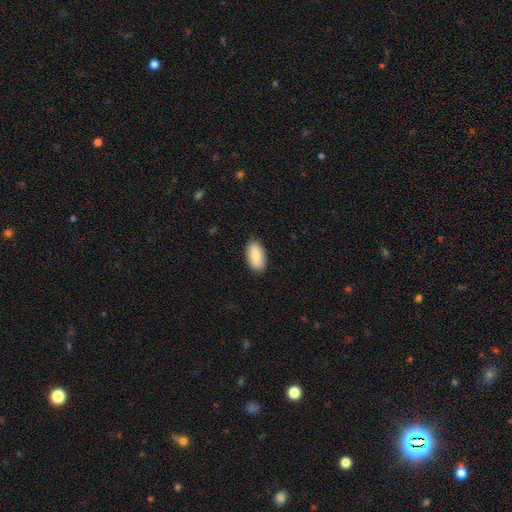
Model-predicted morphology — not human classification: A smooth galaxy with no disk features (84%) that is in between round and cigar-shaped (93%). Merging: none (88%).